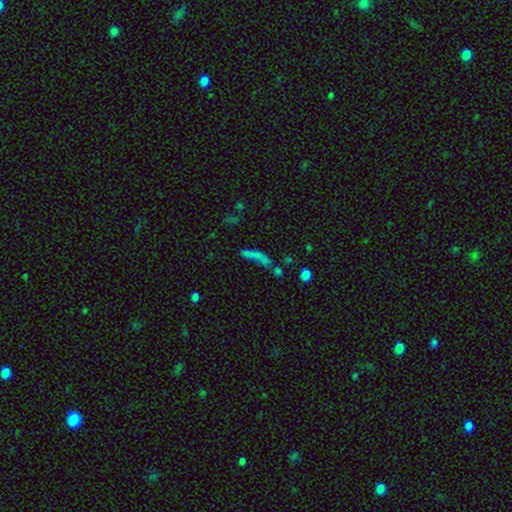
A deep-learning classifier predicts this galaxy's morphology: Smooth or featured?
  - smooth: 60% *
  - star or artifact: 20%
  - featured or disk: 19%
How rounded?
  - cigar-shaped: 65% *
  - in between: 27%
  - round: 7%
Merging?
  - none: 36% *
  - merger: 30%
  - major disturbance: 19%
  - minor disturbance: 15%